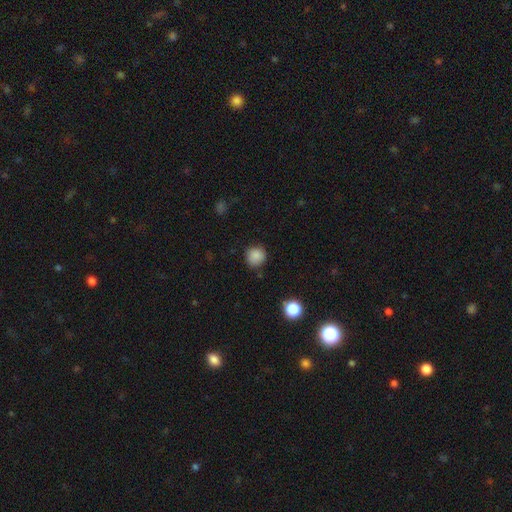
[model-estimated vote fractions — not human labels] A smooth galaxy with no disk features (86%) that is round (91%). Merging: none (84%).